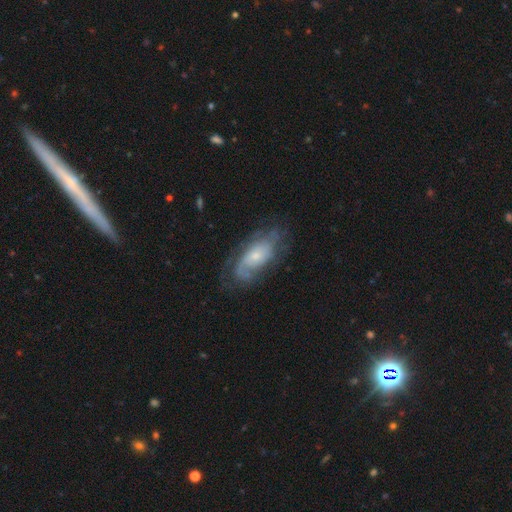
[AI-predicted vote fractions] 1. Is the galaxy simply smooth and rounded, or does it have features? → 70% featured or disk, 23% smooth, 7% star or artifact.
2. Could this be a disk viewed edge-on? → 91% no, 9% yes.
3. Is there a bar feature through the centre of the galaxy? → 75% no, 21% weak, 4% strong.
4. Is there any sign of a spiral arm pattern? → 84% yes, 16% no.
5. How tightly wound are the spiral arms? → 46% tight, 35% medium, 18% loose.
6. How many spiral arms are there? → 44% can't tell, 33% 2, 10% 1, 7% 3, 3% 4, 3% more than 4.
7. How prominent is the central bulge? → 61% small, 31% moderate, 4% large, 3% none, 1% dominant.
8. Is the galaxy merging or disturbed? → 64% none, 22% minor disturbance, 13% major disturbance, 1% merger.